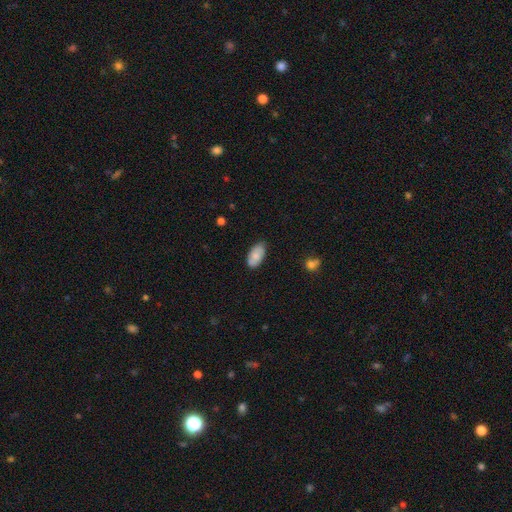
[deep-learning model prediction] smooth-or-featured: smooth: 74% | featured or disk: 19% | star or artifact: 7%
  how-rounded: in between: 94% | round: 3% | cigar-shaped: 3%
  merging: none: 77% | minor disturbance: 18% | major disturbance: 3% | merger: 1%